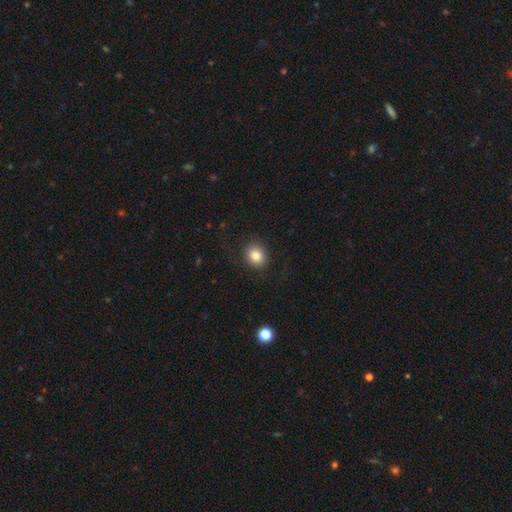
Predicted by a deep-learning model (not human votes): Smooth or featured? smooth (84%)
How rounded? round (65%)
Merging? none (87%)